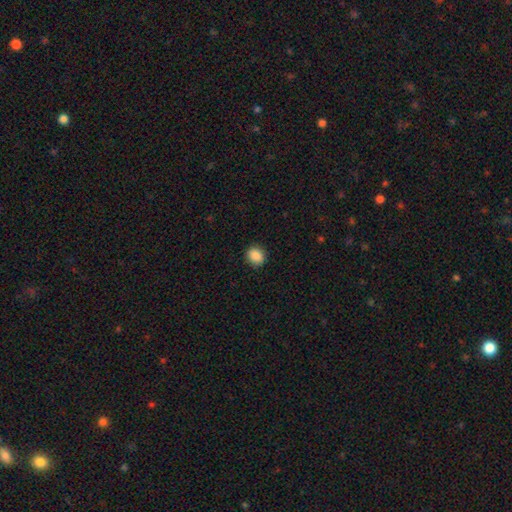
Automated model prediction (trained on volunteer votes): smooth_or_featured: smooth (p=0.88) [alt: star or artifact p=0.09]
how_rounded: round (p=0.65) [alt: in between p=0.34]
merging: none (p=0.90) [alt: minor disturbance p=0.07]